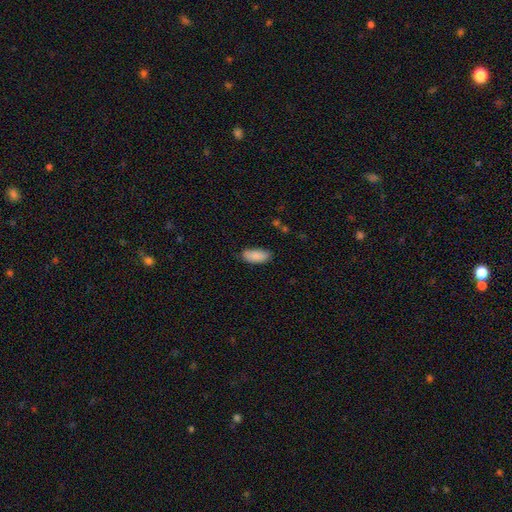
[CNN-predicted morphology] Smooth or featured? Predicted: smooth (p=0.88). How rounded? Predicted: in between (p=0.90). Merging? Predicted: none (p=0.79).